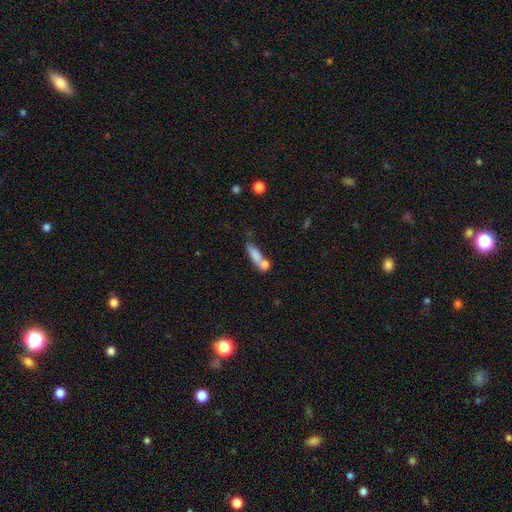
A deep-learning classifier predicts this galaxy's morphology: Q: Smooth or featured?
A: smooth (73%); runner-up: featured or disk (18%)
Q: How rounded?
A: cigar-shaped (59%); runner-up: in between (36%)
Q: Merging?
A: none (41%); runner-up: merger (38%)